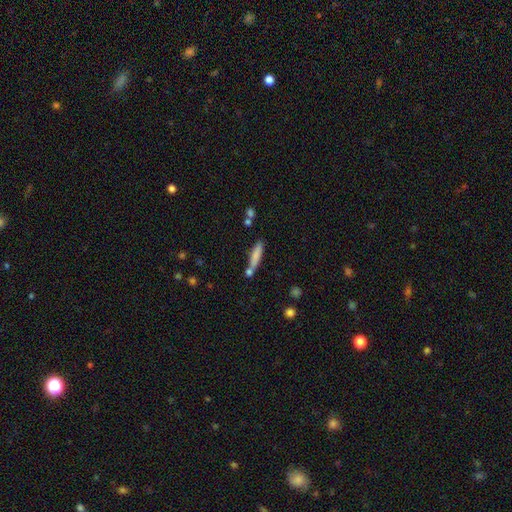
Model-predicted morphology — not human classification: Smooth or featured? Predicted: smooth (p=0.77). How rounded? Predicted: cigar-shaped (p=0.85). Merging? Predicted: none (p=0.65).